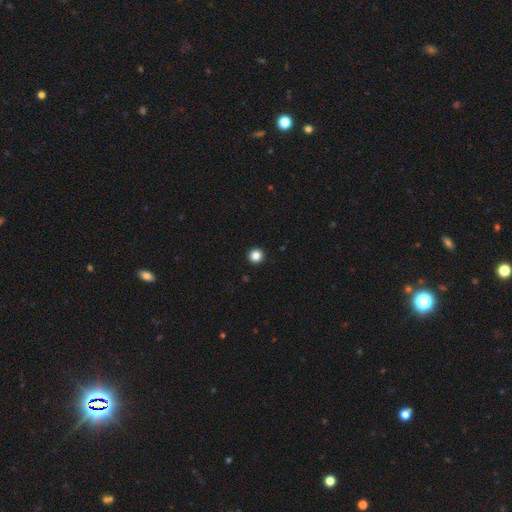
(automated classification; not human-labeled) Smooth or featured?
  - smooth: 85% *
  - star or artifact: 11%
  - featured or disk: 4%
How rounded?
  - round: 96% *
  - in between: 4%
  - cigar-shaped: 1%
Merging?
  - none: 94% *
  - minor disturbance: 3%
  - major disturbance: 1%
  - merger: 1%